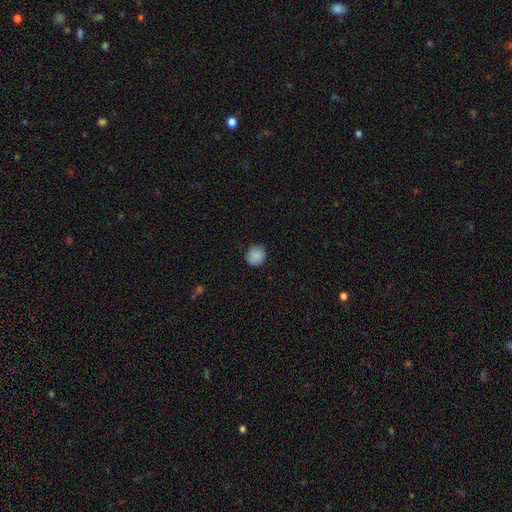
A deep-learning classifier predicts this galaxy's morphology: Smooth or featured: smooth — 87% (star or artifact — 9%)
How rounded: round — 87% (in between — 12%)
Merging: none — 84% (minor disturbance — 13%)